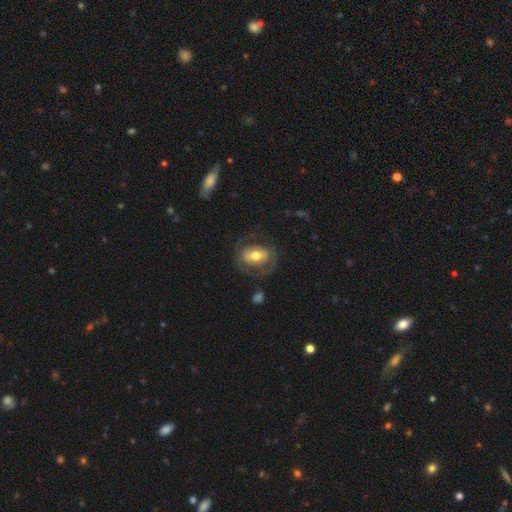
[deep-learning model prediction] Smooth or featured: featured or disk — 50% (smooth — 43%)
Edge-on disk: no — 93% (yes — 7%)
Merging: none — 60% (minor disturbance — 19%)